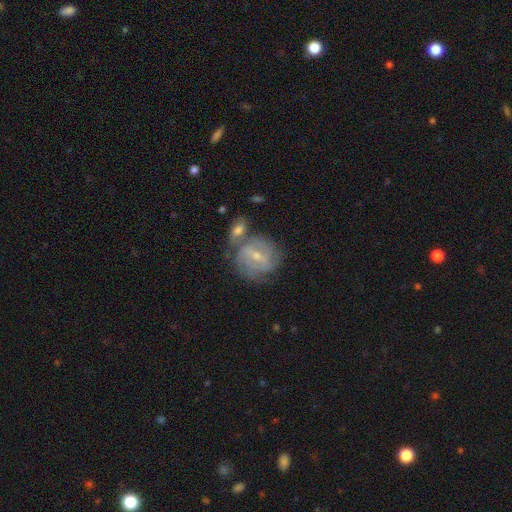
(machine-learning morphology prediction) Smooth or featured: featured or disk — 72% (smooth — 21%)
Edge-on disk: no — 96% (yes — 4%)
Bar: weak — 54% (no — 24%)
Spiral arms: yes — 82% (no — 18%)
Spiral winding: tight — 51% (medium — 36%)
Spiral arm count: can't tell — 39% (2 — 33%)
Bulge size: small — 61% (moderate — 35%)
Merging: none — 48% (merger — 31%)